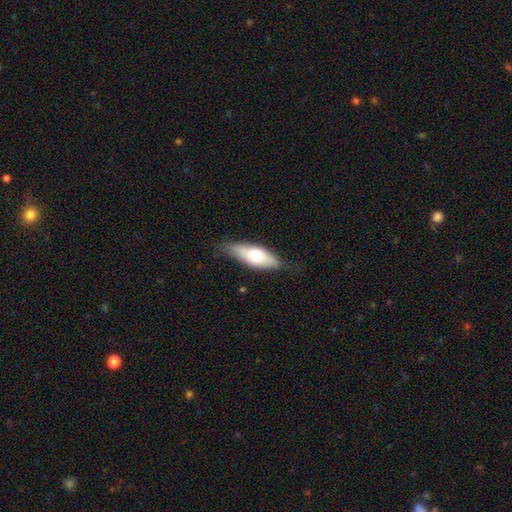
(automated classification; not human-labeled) Smooth or featured?
  - smooth: 64% *
  - featured or disk: 30%
  - star or artifact: 6%
How rounded?
  - in between: 63% *
  - cigar-shaped: 35%
  - round: 2%
Merging?
  - none: 74% *
  - minor disturbance: 20%
  - major disturbance: 4%
  - merger: 1%